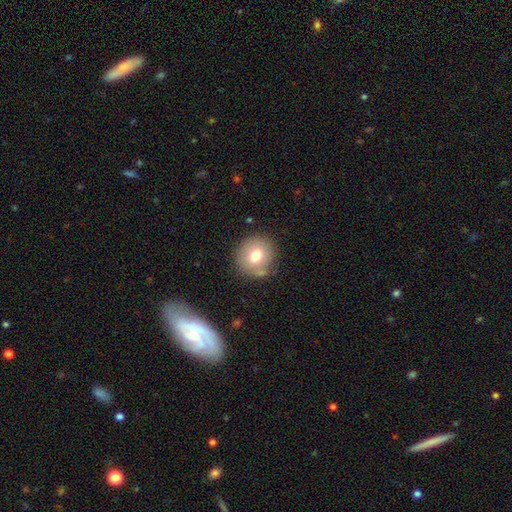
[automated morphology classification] type=smooth (74%); roundness=round (89%); merging=none (81%).